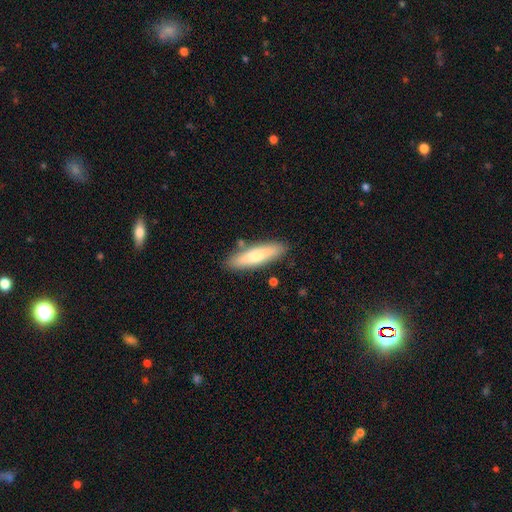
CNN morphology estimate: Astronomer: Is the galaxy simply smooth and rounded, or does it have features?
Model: smooth — 69%.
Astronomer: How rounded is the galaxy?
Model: cigar-shaped — 69%.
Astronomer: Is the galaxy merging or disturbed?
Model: none — 83%.